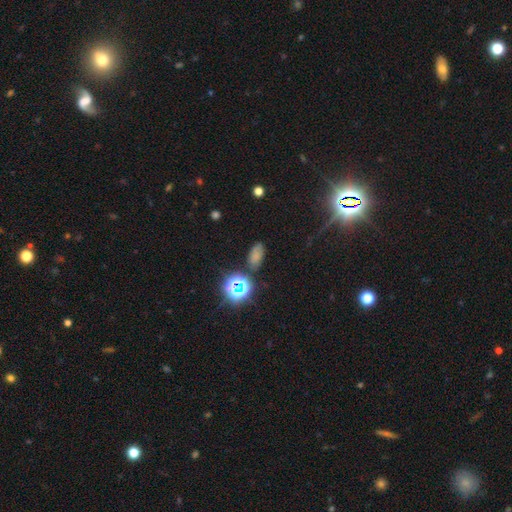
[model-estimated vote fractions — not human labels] This is likely a smooth galaxy (62%). How rounded: clearly in between (87%). Merging: likely none (69%).